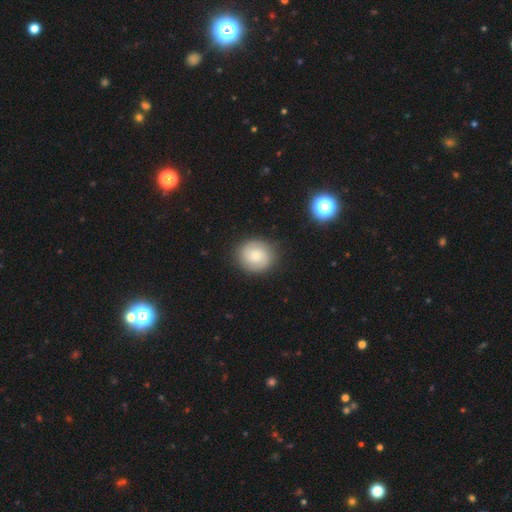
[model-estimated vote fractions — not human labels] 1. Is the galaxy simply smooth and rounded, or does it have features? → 48% smooth, 44% featured or disk, 8% star or artifact.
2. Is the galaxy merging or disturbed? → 86% none, 10% minor disturbance, 3% major disturbance, 1% merger.